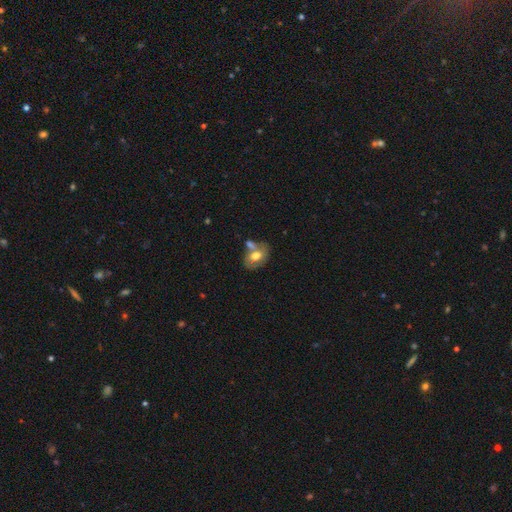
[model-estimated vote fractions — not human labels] smooth_or_featured: smooth (p=0.54) [alt: featured or disk p=0.38]
how_rounded: in between (p=0.79) [alt: round p=0.20]
merging: none (p=0.41) [alt: merger p=0.36]